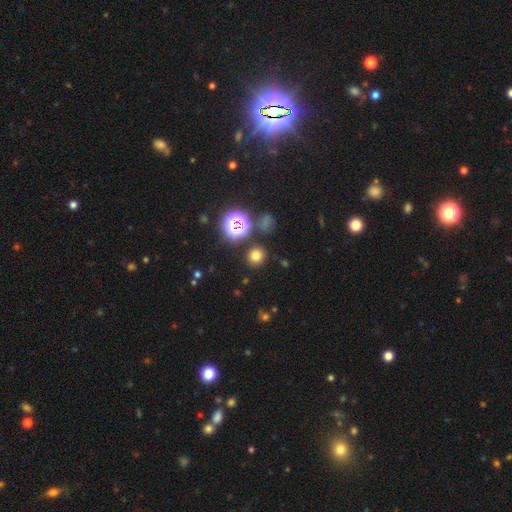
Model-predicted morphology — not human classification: type=smooth (72%); roundness=round (87%); merging=none (86%).